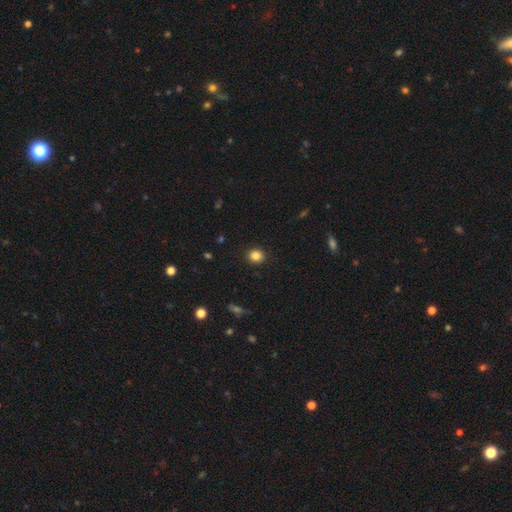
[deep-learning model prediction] smooth-or-featured: smooth: 84% | star or artifact: 11% | featured or disk: 5%
  how-rounded: round: 80% | in between: 19% | cigar-shaped: 1%
  merging: none: 91% | minor disturbance: 6% | major disturbance: 2% | merger: 1%